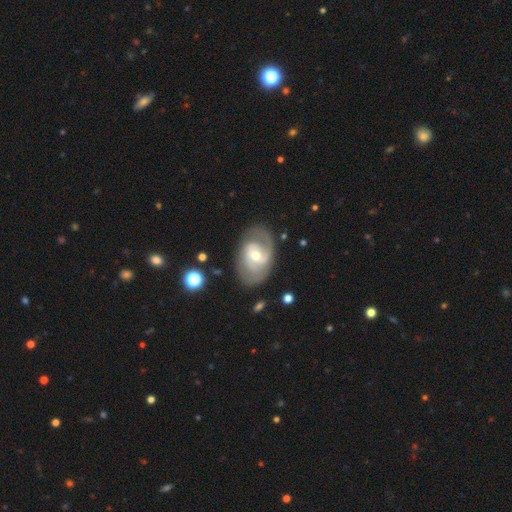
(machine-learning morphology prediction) This appears to be a featured or disk galaxy (77%) with no bar (44%), 2 (64%) medium (43%) spiral arms (86%) and a moderate central bulge (52%). Merging: none (72%).